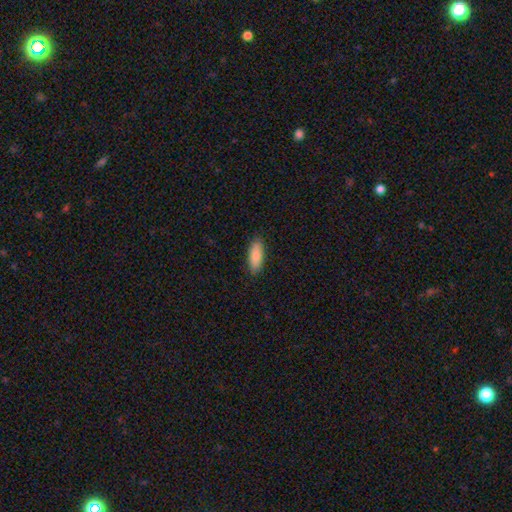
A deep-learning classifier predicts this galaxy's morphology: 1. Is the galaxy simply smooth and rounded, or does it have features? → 85% smooth, 9% featured or disk, 6% star or artifact.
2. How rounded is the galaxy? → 76% in between, 22% cigar-shaped, 2% round.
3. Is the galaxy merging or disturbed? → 88% none, 9% minor disturbance, 2% major disturbance, 1% merger.